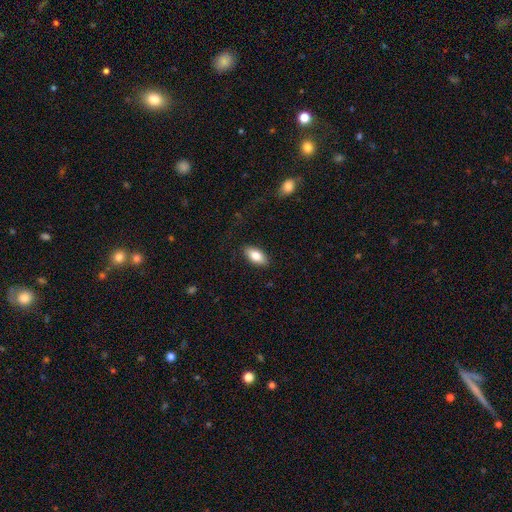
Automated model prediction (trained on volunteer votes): Q: Smooth or featured?
A: smooth (81%); runner-up: featured or disk (13%)
Q: How rounded?
A: in between (90%); runner-up: cigar-shaped (7%)
Q: Merging?
A: none (88%); runner-up: minor disturbance (9%)